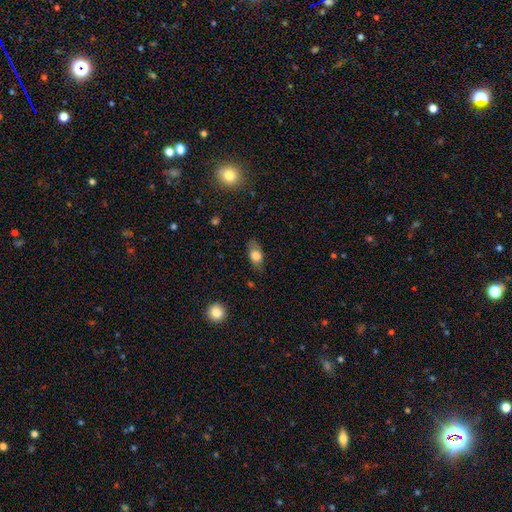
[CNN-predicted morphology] smooth_or_featured: smooth (p=0.75) [alt: featured or disk p=0.17]
how_rounded: in between (p=0.84) [alt: round p=0.09]
merging: none (p=0.75) [alt: minor disturbance p=0.19]